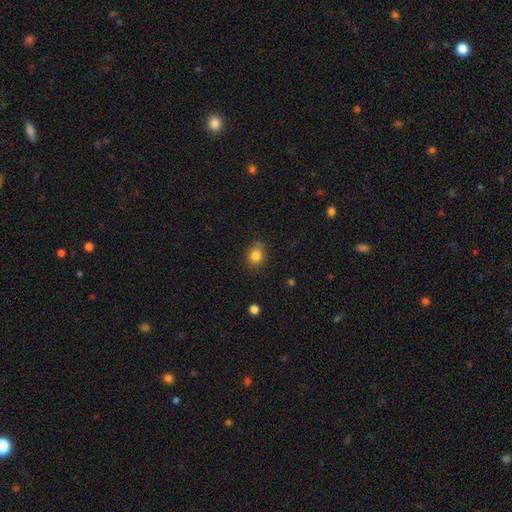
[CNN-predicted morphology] Smooth or featured?
  - smooth: 83% *
  - star or artifact: 11%
  - featured or disk: 6%
How rounded?
  - round: 65% *
  - in between: 34%
  - cigar-shaped: 1%
Merging?
  - none: 80% *
  - minor disturbance: 16%
  - major disturbance: 3%
  - merger: 1%